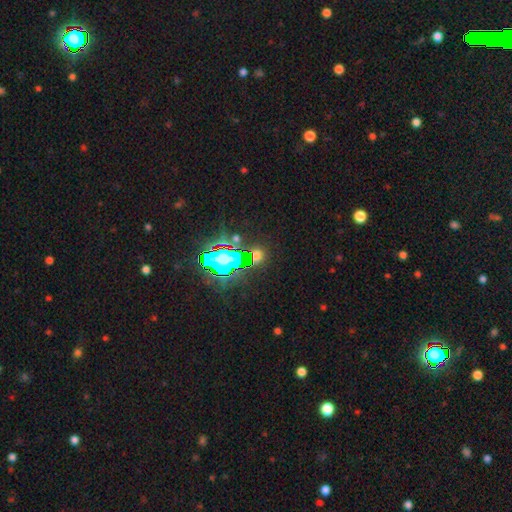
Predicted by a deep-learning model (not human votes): A star or artifact, not a galaxy (65%).

Vote fractions:
- Smooth or featured? star or artifact: 65% / smooth: 23% / featured or disk: 12%